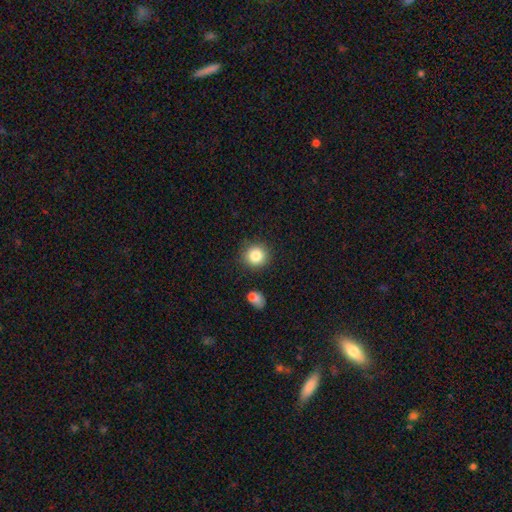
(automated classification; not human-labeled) Overall: smooth (84%). How rounded: round (91%). Merging: none (86%).